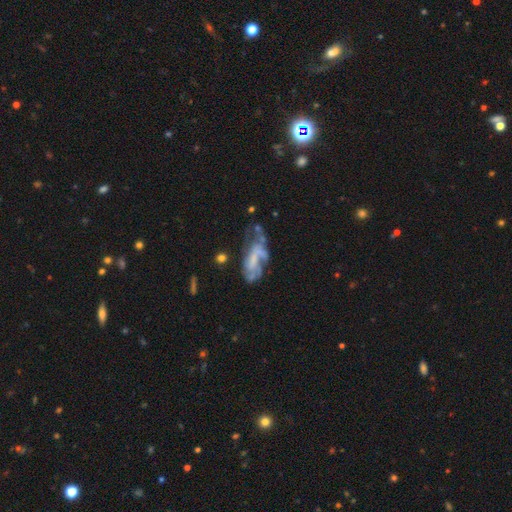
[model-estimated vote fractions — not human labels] Overall: featured or disk (64%; smooth 25%). Edge-on disk: no (94%). Bar: no (63%; weak 26%). Spiral arms: yes (61%; no 39%). Bulge size: none (63%). Merging: major disturbance (38%; none 29%).